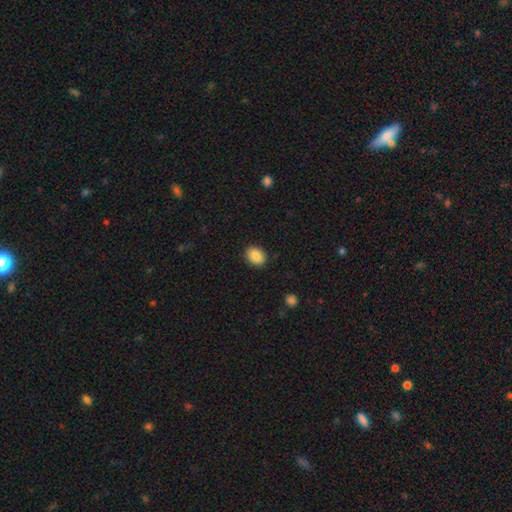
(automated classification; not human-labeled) A smooth galaxy with no disk features (88%) that is in between round and cigar-shaped (69%). Merging: none (89%).